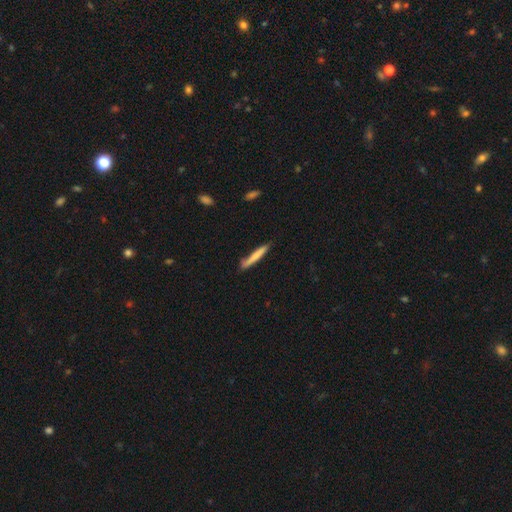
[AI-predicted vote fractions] Overall: smooth (69%). How rounded: cigar-shaped (94%). Merging: none (74%).